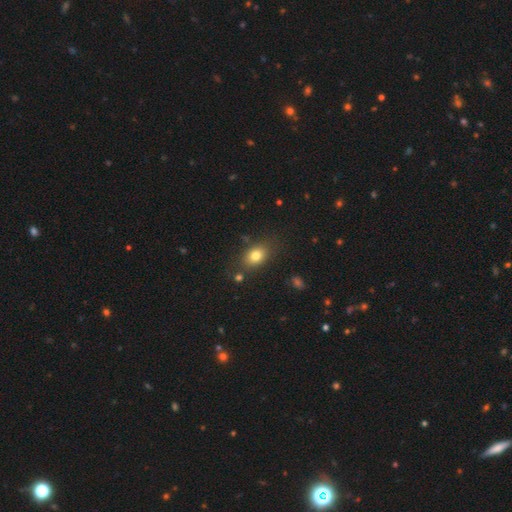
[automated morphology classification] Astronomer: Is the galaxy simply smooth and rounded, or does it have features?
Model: smooth — 79%.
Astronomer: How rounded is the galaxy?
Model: in between — 73%.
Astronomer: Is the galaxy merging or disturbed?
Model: none — 79%.